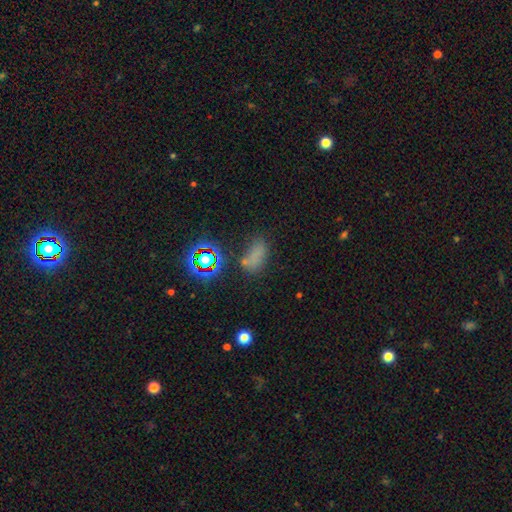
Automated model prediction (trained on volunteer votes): A smooth galaxy with no disk features (60%) that is in between round and cigar-shaped (81%). Merging: none (58%).